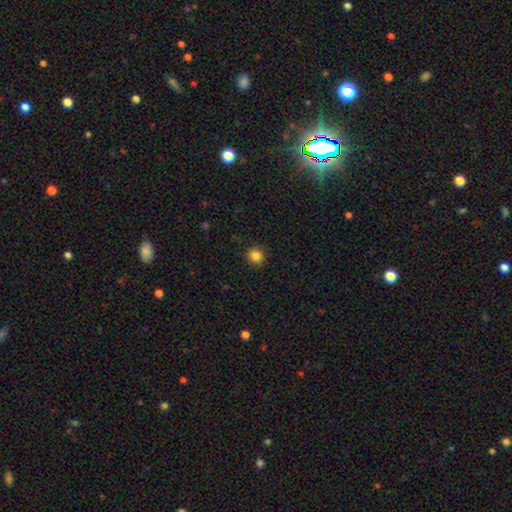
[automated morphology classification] A smooth galaxy with no disk features (85%) that is round (91%).

Vote fractions:
- Smooth or featured? smooth: 85% / star or artifact: 11% / featured or disk: 4%
- How rounded? round: 91% / in between: 8% / cigar-shaped: 1%
- Merging? none: 91% / minor disturbance: 6% / major disturbance: 2% / merger: 1%